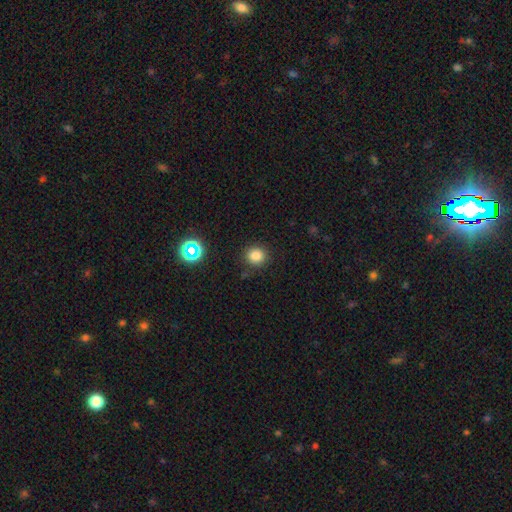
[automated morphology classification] smooth_or_featured: smooth (p=0.81) [alt: star or artifact p=0.14]
how_rounded: round (p=0.88) [alt: in between p=0.11]
merging: none (p=0.87) [alt: minor disturbance p=0.08]